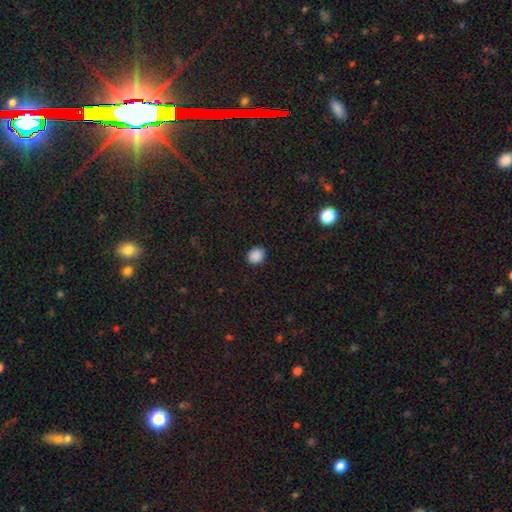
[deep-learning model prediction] smooth_or_featured: smooth (p=0.88) [alt: star or artifact p=0.10]
how_rounded: round (p=0.67) [alt: in between p=0.33]
merging: none (p=0.89) [alt: minor disturbance p=0.08]